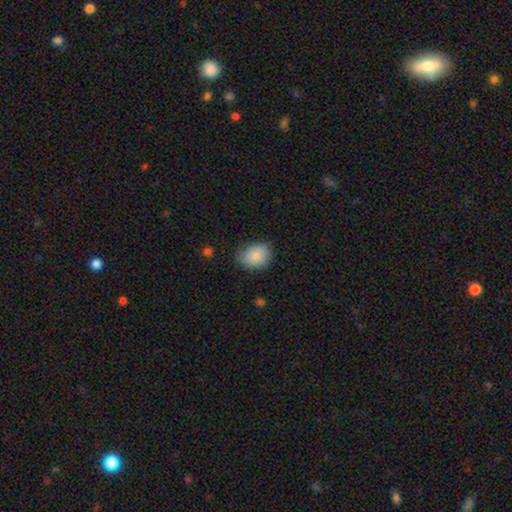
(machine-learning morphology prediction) smooth 83%, featured or disk 10%, star or artifact 7%. Down the decision tree: how rounded — in between (59%); merging — none (63%).